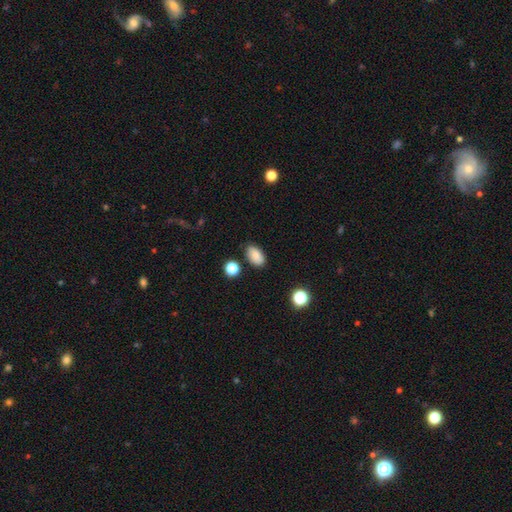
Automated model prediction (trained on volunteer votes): Smooth or featured: smooth — 85% (star or artifact — 9%)
How rounded: in between — 91% (round — 7%)
Merging: none — 83% (minor disturbance — 12%)